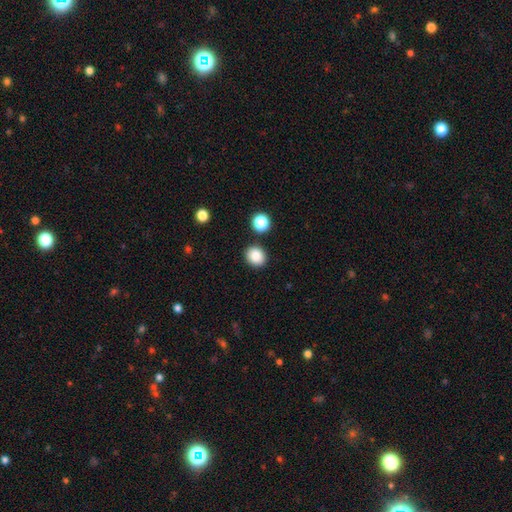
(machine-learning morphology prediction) Smooth or featured: smooth — 85% (star or artifact — 10%)
How rounded: round — 71% (in between — 29%)
Merging: none — 86% (minor disturbance — 7%)